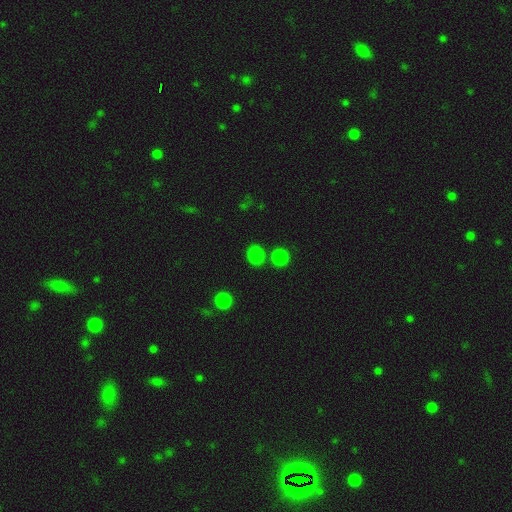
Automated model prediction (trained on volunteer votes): The model was most divided on "how rounded": round: 63%, in between: 36%, cigar-shaped: 1%. More confident: smooth or featured — smooth (80%); merging — none (73%).